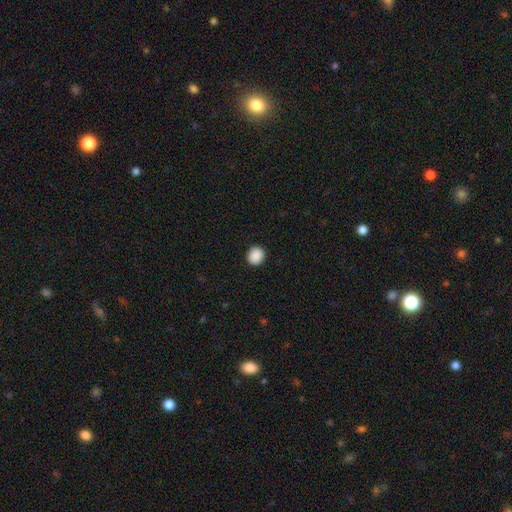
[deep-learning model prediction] smooth_or_featured: smooth (p=0.90) [alt: star or artifact p=0.08]
how_rounded: round (p=0.83) [alt: in between p=0.16]
merging: none (p=0.92) [alt: minor disturbance p=0.05]